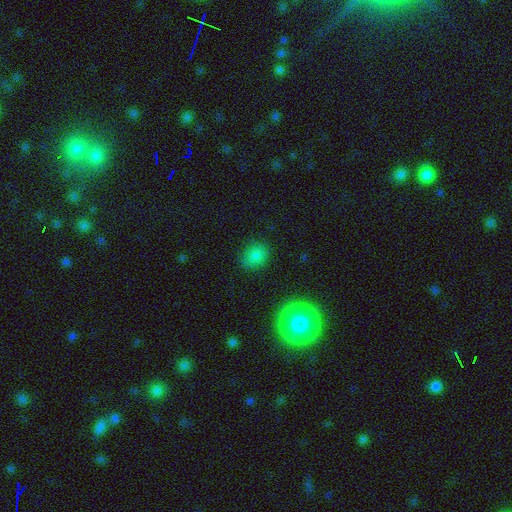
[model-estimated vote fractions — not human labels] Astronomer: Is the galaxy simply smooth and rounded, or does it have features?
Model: smooth — 78%.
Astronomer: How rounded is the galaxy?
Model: round — 53% (runner-up: in between, 46%).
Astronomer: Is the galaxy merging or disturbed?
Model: none — 83%.